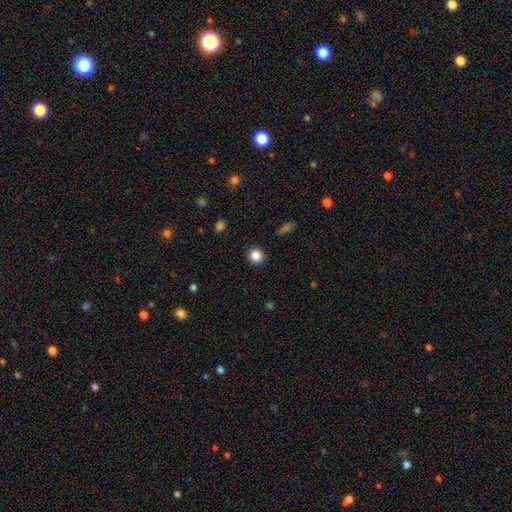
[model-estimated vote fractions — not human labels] Smooth or featured? Predicted: smooth (p=0.85). How rounded? Predicted: round (p=0.89). Merging? Predicted: none (p=0.92).